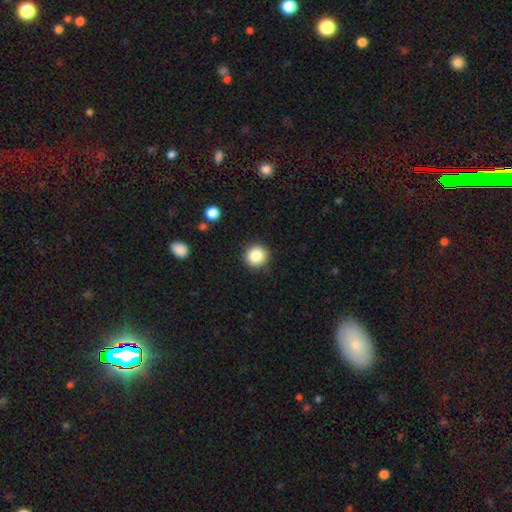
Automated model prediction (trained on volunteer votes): A smooth galaxy with no disk features (85%) that is round (94%).

Vote fractions:
- Smooth or featured? smooth: 85% / star or artifact: 10% / featured or disk: 5%
- How rounded? round: 94% / in between: 5% / cigar-shaped: 1%
- Merging? none: 90% / minor disturbance: 6% / major disturbance: 2% / merger: 1%